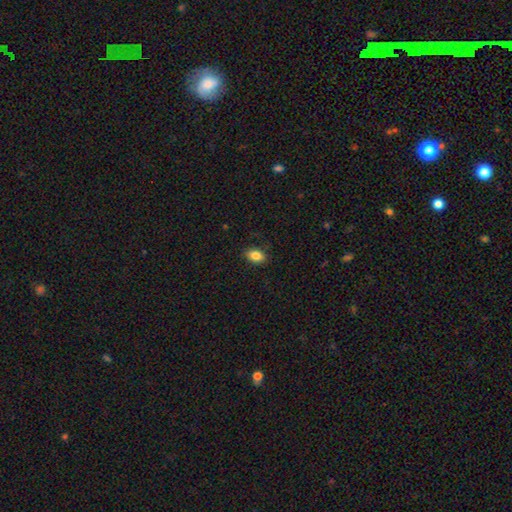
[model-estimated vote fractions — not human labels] Q: Smooth or featured?
A: smooth (85%); runner-up: star or artifact (9%)
Q: How rounded?
A: in between (87%); runner-up: round (11%)
Q: Merging?
A: none (87%); runner-up: minor disturbance (10%)